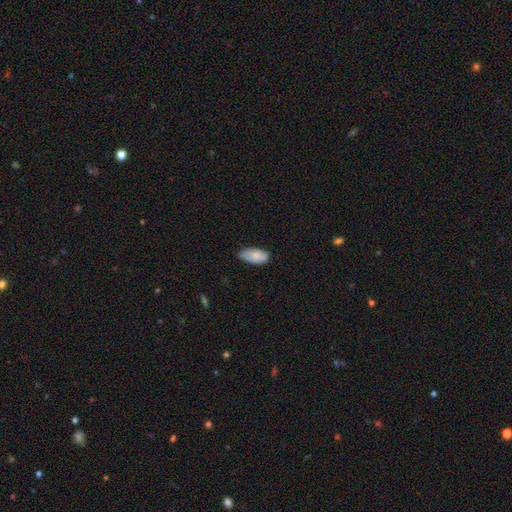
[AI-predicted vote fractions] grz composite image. It shows a smooth galaxy with no disk features (79%) that is in between round and cigar-shaped (93%). Merging: none (61%).